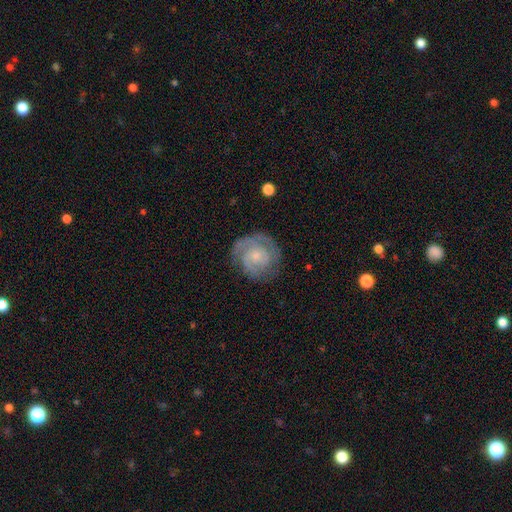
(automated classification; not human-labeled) A featured or disk galaxy (73%) with no bar (75%), 2 (42%) tight (64%) spiral arms (91%) and a small central bulge (62%). Merging: none (73%).